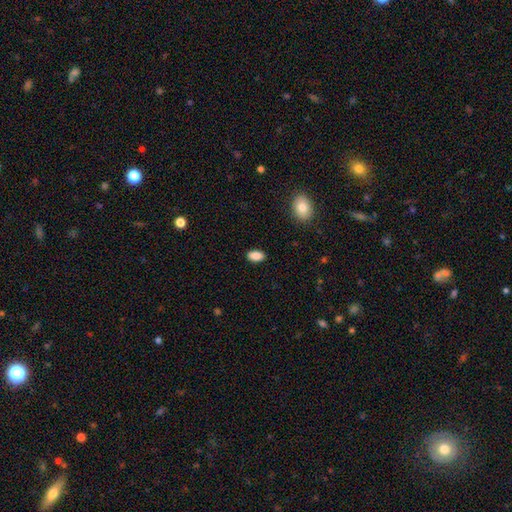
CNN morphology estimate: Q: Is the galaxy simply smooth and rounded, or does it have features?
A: smooth — 88%.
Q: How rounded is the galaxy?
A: in between — 92%.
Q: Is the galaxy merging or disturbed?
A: none — 88%.